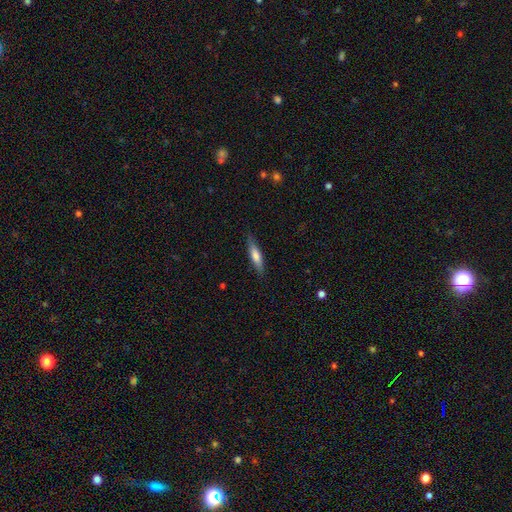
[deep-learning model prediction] This appears to be a smooth galaxy with no disk features (68%) that is cigar-shaped (75%). Merging: none (85%).